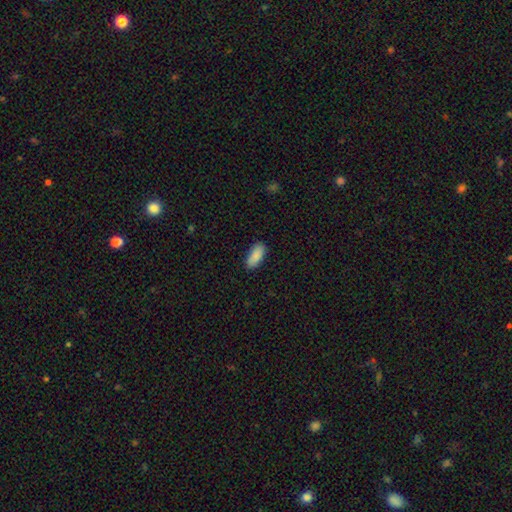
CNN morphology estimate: Smooth or featured? Predicted: smooth (p=0.90). How rounded? Predicted: in between (p=0.87). Merging? Predicted: none (p=0.87).